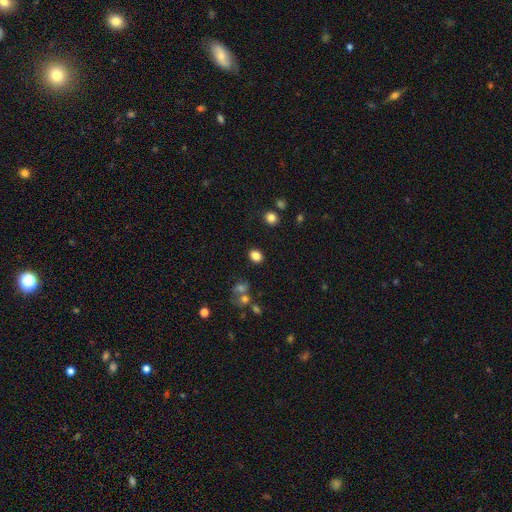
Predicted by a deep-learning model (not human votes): Smooth or featured? Predicted: smooth (p=0.84). How rounded? Predicted: in between (p=0.54). Merging? Predicted: none (p=0.84).